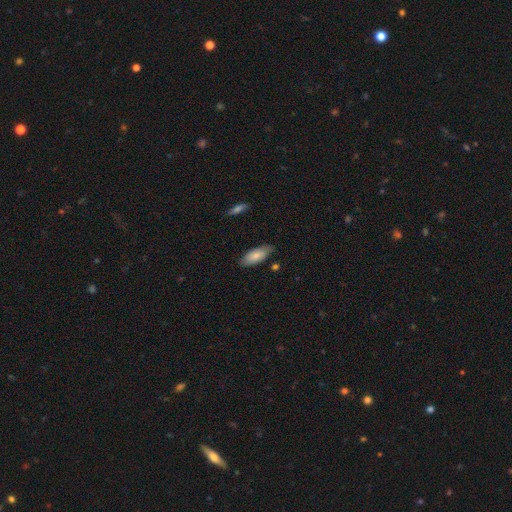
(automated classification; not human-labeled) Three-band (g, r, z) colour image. It shows a smooth galaxy with no disk features (79%) that is in between round and cigar-shaped (82%). Merging: none (80%).